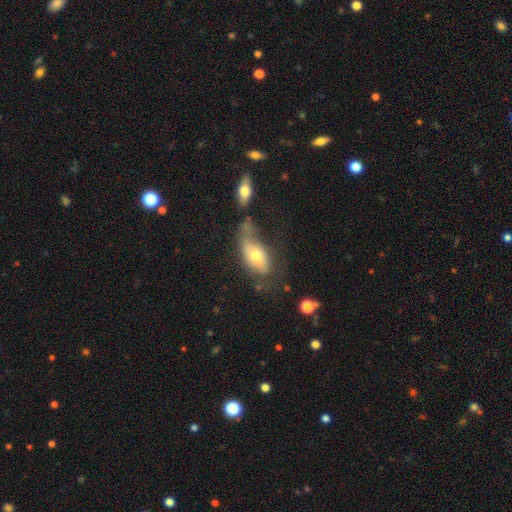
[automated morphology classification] type=smooth (63%); roundness=in between (87%); merging=none (27%, tied with major disturbance).